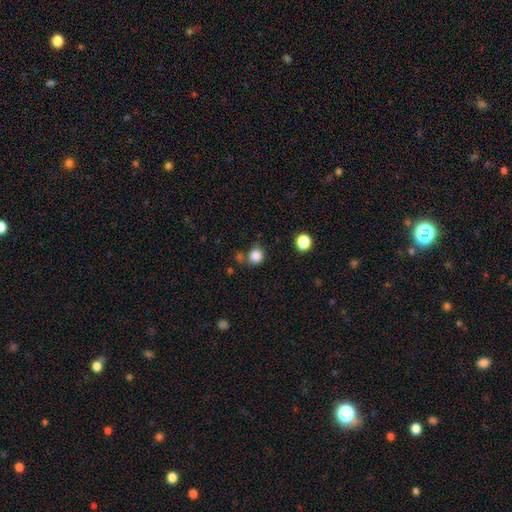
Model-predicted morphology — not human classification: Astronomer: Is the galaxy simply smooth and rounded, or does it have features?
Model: smooth — 84%.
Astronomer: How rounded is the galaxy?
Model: round — 89%.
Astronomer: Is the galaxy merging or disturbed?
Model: none — 67%.